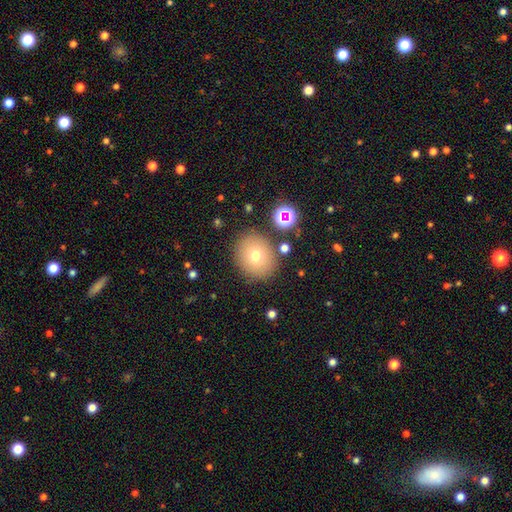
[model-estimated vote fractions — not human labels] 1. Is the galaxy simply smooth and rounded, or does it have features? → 70% smooth, 16% featured or disk, 14% star or artifact.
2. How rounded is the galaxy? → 74% round, 25% in between, 1% cigar-shaped.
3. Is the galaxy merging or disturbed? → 83% none, 9% minor disturbance, 4% merger, 4% major disturbance.